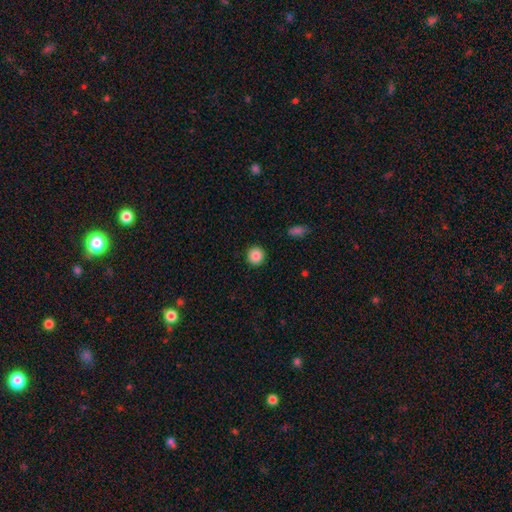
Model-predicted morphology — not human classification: Overall: smooth (87%). How rounded: round (94%). Merging: none (93%).